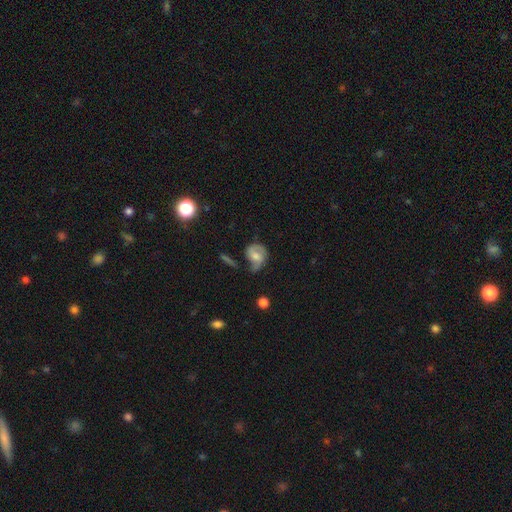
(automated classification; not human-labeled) smooth-or-featured: featured or disk: 61% | smooth: 32% | star or artifact: 8%
  disk-edge-on: no: 97% | yes: 3%
    bar: no: 55% | weak: 36% | strong: 9%
    has-spiral-arms: yes: 85% | no: 15%
    bulge-size: moderate: 52% | small: 28% | large: 10% | none: 8% | dominant: 2%
  merging: none: 46% | minor disturbance: 28% | major disturbance: 21% | merger: 5%